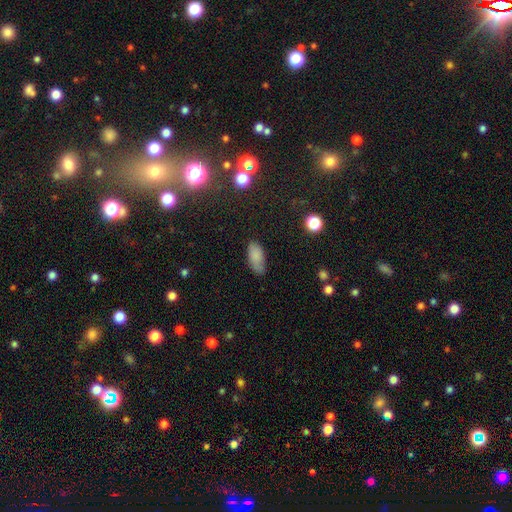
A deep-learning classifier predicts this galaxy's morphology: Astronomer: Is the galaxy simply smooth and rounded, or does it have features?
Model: smooth — 83%.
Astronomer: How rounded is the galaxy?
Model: in between — 90%.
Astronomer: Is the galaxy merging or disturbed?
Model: none — 70%.